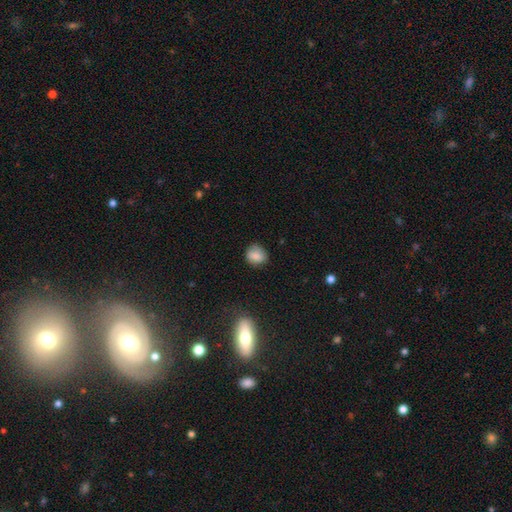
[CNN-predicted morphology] Smooth or featured? smooth (84%)
How rounded? round (71%)
Merging? none (74%)